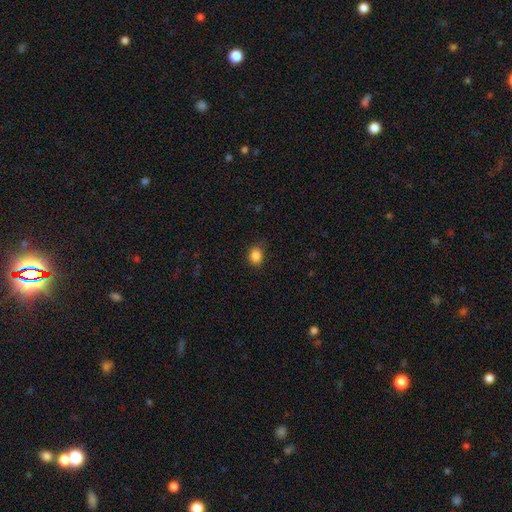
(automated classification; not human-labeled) Smooth or featured? Predicted: smooth (p=0.86). How rounded? Predicted: round (p=0.55). Merging? Predicted: none (p=0.79).